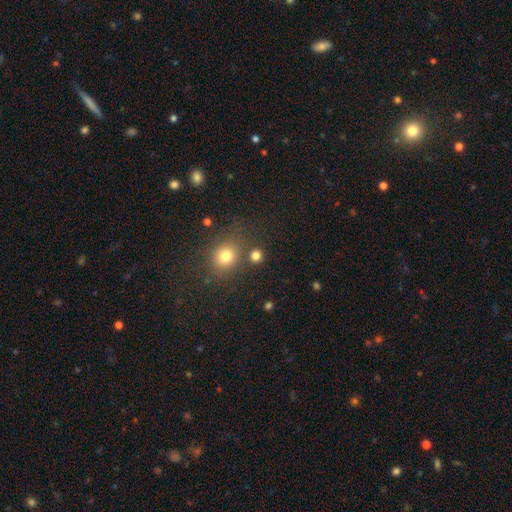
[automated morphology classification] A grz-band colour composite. It shows a smooth galaxy with no disk features (78%) that is round (87%). Merging: none (76%).